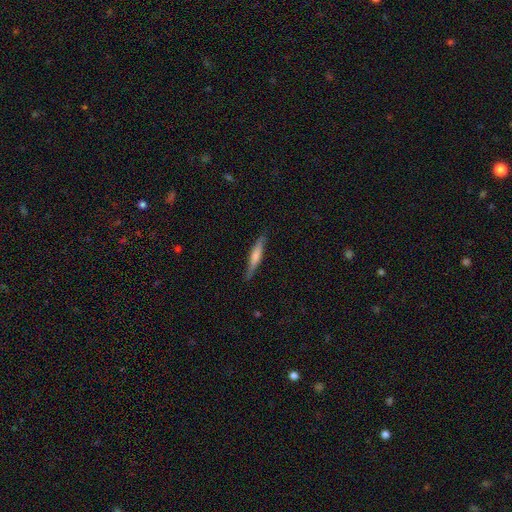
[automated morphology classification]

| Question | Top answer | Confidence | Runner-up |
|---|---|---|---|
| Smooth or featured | smooth | 55% | featured or disk (40%) |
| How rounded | cigar-shaped | 91% | in between (7%) |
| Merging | none | 85% | minor disturbance (12%) |